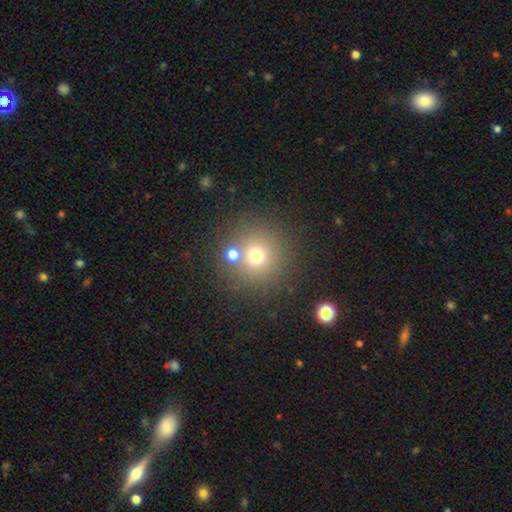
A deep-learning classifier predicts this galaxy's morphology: This appears to be a smooth galaxy with no disk features (67%) that is round (93%). Merging: none (70%).